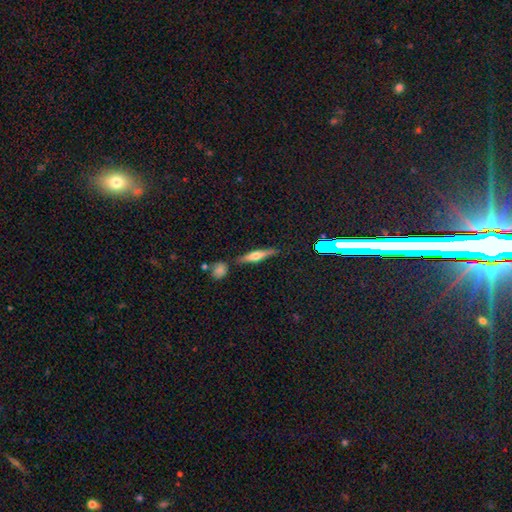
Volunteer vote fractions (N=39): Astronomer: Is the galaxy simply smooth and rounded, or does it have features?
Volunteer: featured or disk — 51% (runner-up: smooth, 38%).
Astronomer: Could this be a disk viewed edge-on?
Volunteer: yes — 95%.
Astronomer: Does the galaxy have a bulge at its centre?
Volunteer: rounded — 74%.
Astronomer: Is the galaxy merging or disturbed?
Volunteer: none — 77%.